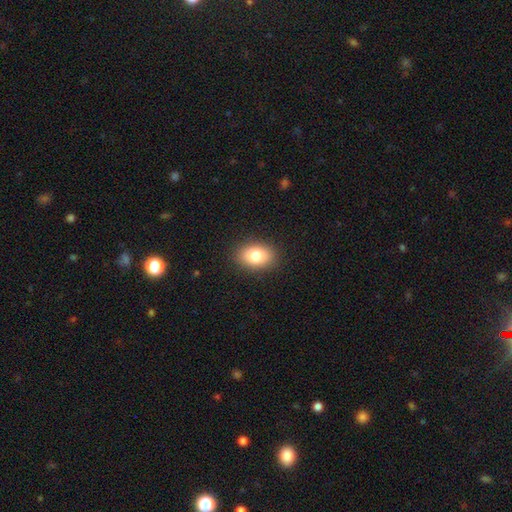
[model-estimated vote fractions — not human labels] Smooth or featured? smooth (81%)
How rounded? in between (79%)
Merging? none (89%)